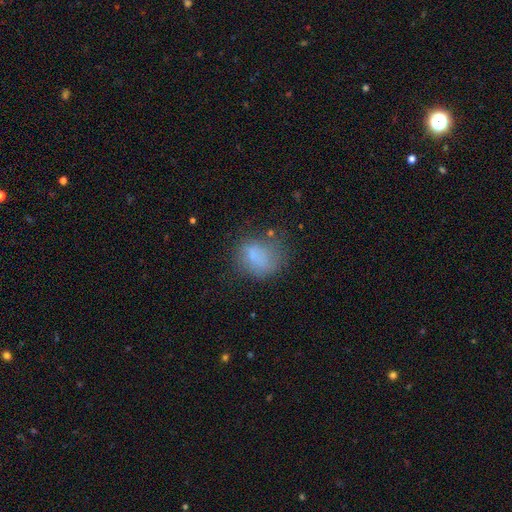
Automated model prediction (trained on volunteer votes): Smooth or featured: smooth — 70% (featured or disk — 17%)
How rounded: round — 52% (in between — 47%)
Merging: none — 53% (minor disturbance — 26%)